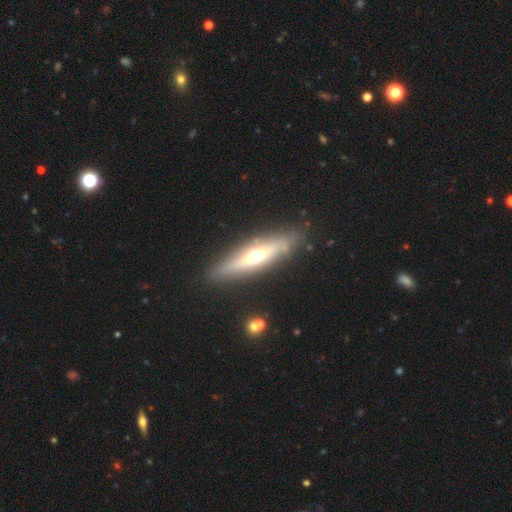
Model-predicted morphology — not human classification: Smooth or featured: featured or disk — 57% (smooth — 37%)
Edge-on disk: yes — 80% (no — 20%)
Merging: none — 84% (minor disturbance — 10%)